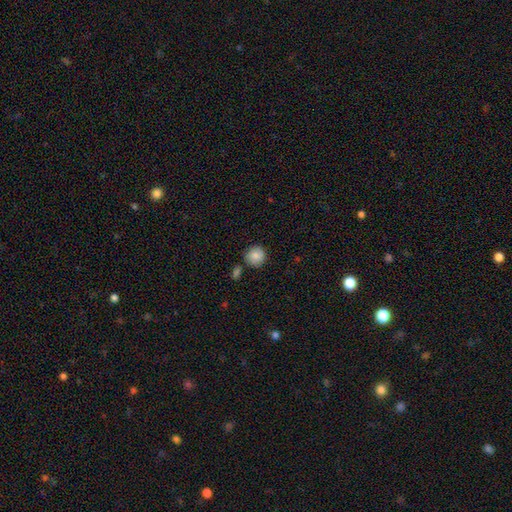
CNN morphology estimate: A smooth galaxy with no disk features (86%) that is round (91%).

Vote fractions:
- Smooth or featured? smooth: 86% / star or artifact: 8% / featured or disk: 6%
- How rounded? round: 91% / in between: 8% / cigar-shaped: 1%
- Merging? none: 78% / minor disturbance: 12% / merger: 7% / major disturbance: 3%